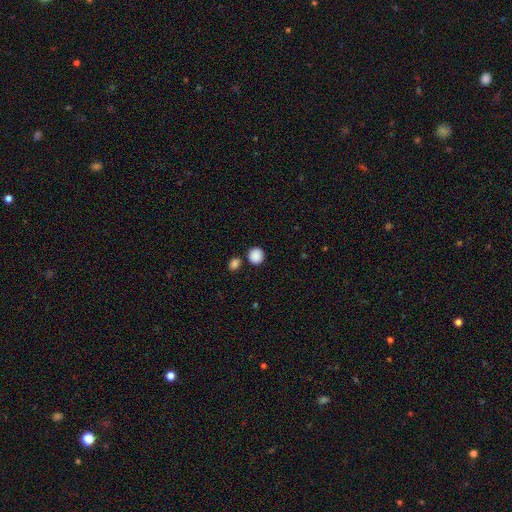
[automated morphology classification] Smooth or featured: smooth — 88% (star or artifact — 9%)
How rounded: round — 89% (in between — 10%)
Merging: none — 81% (merger — 9%)